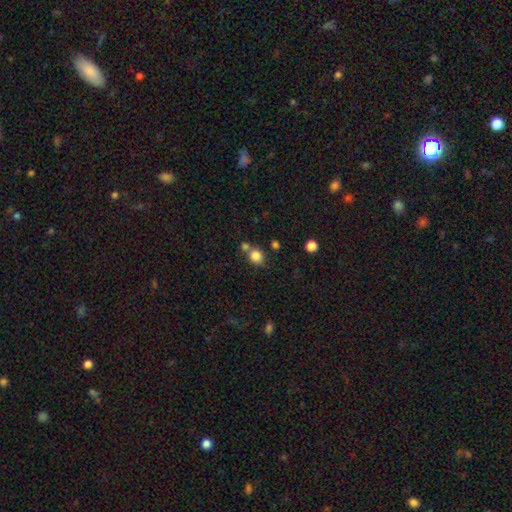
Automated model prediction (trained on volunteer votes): This appears to be a smooth galaxy with no disk features (83%) that is round (72%). Merging: none (59%).